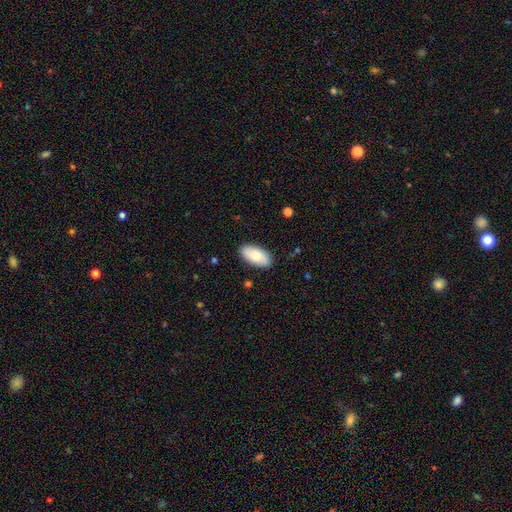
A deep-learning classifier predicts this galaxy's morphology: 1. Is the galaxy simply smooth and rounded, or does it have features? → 73% smooth, 22% featured or disk, 6% star or artifact.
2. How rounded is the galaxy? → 93% in between, 4% cigar-shaped, 3% round.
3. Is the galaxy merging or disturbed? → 87% none, 10% minor disturbance, 2% major disturbance, 1% merger.